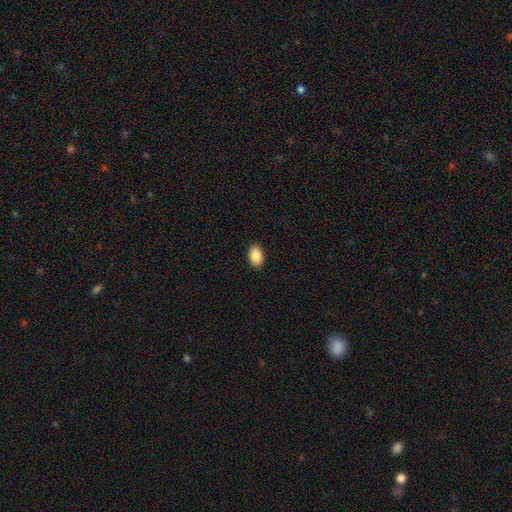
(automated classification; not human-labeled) smooth 88%, star or artifact 7%, featured or disk 5%. Down the decision tree: how rounded — in between (89%); merging — none (90%).